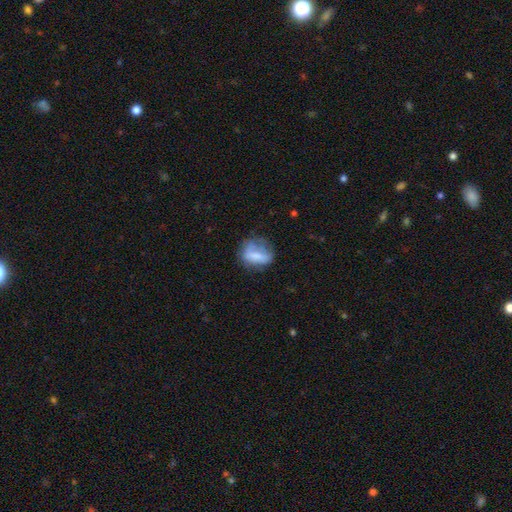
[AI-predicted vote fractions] This appears to be a smooth galaxy with no disk features (63%) that is in between round and cigar-shaped (64%). Merging: none (46%).